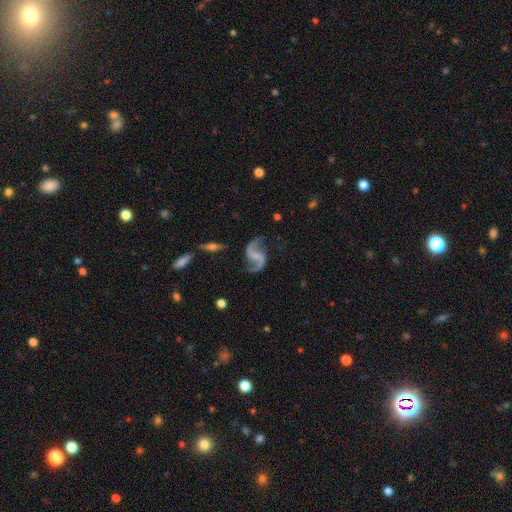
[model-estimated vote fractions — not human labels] Smooth or featured: featured or disk — 89% (star or artifact — 5%)
Edge-on disk: no — 98% (yes — 2%)
Bar: weak — 42% (strong — 32%)
Spiral arms: yes — 96% (no — 4%)
Spiral winding: loose — 76% (medium — 20%)
Spiral arm count: 2 — 94% (1 — 2%)
Bulge size: none — 59% (small — 28%)
Merging: none — 75% (minor disturbance — 14%)